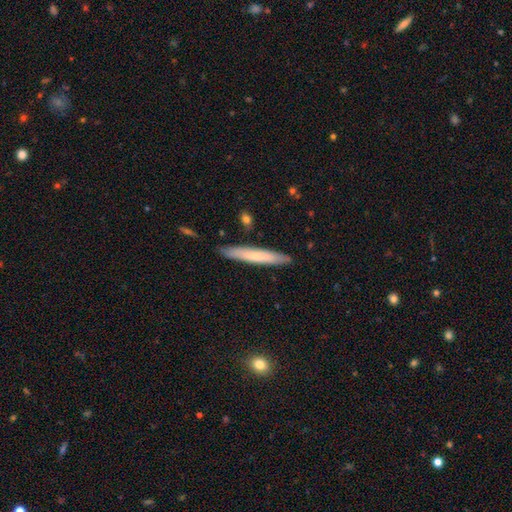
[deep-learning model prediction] Morphology: type=smooth (63%); roundness=cigar-shaped (95%); merging=none (88%).